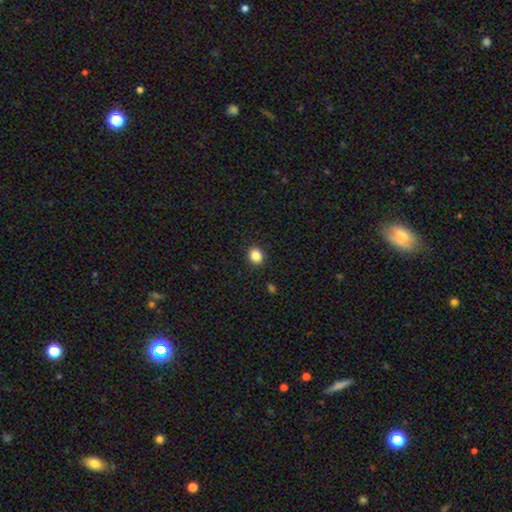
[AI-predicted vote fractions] Morphology: type=smooth (86%); roundness=round (62%); merging=none (91%).